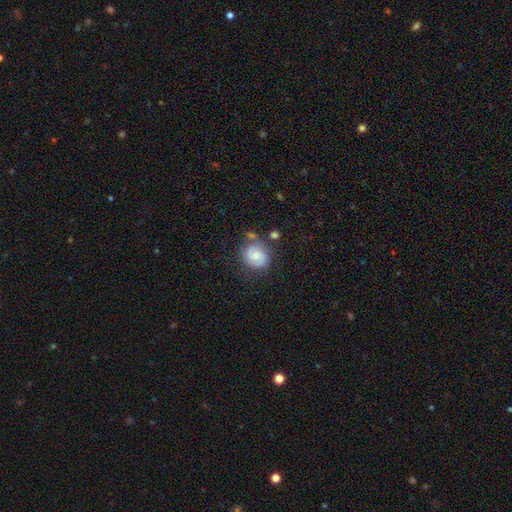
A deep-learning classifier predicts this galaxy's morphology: A featured or disk galaxy (52%) with no bar (53%), spiral arms (87%) and a moderate central bulge (48%).

Vote fractions:
- Smooth or featured? featured or disk: 52% / smooth: 39% / star or artifact: 8%
- Edge-on disk? no: 98% / yes: 2%
- Bar? no: 53% / weak: 39% / strong: 8%
- Spiral arms? yes: 87% / no: 13%
- Bulge size? moderate: 48% / small: 41% / none: 6% / large: 4% / dominant: 1%
- Merging? none: 64% / minor disturbance: 20% / major disturbance: 8% / merger: 8%